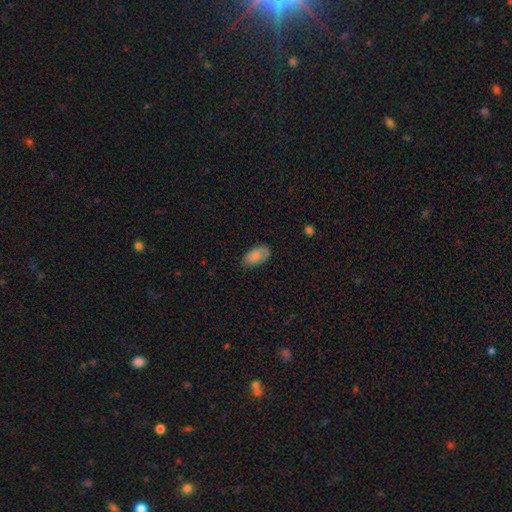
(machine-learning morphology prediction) type=smooth (75%); roundness=in between (94%); merging=none (72%).